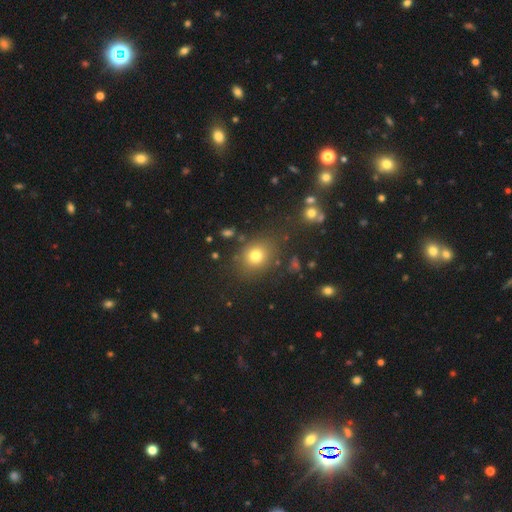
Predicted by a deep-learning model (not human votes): Overall: smooth (77%). How rounded: round (71%). Merging: none (80%).